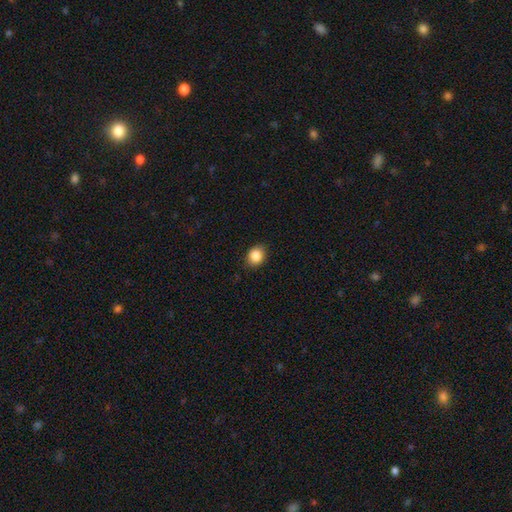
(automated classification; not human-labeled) A smooth galaxy with no disk features (86%) that is round (56%).

Vote fractions:
- Smooth or featured? smooth: 86% / star or artifact: 9% / featured or disk: 4%
- How rounded? round: 56% / in between: 43% / cigar-shaped: 1%
- Merging? none: 86% / minor disturbance: 11% / major disturbance: 2% / merger: 1%